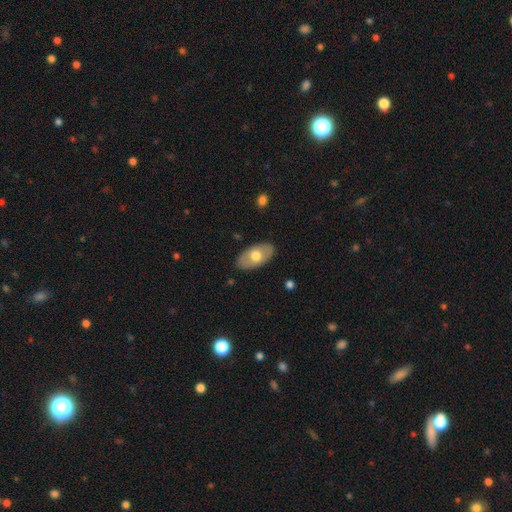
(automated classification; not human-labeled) A smooth galaxy with no disk features (57%) that is in between round and cigar-shaped (93%).

Vote fractions:
- Smooth or featured? smooth: 57% / featured or disk: 38% / star or artifact: 5%
- How rounded? in between: 93% / round: 5% / cigar-shaped: 2%
- Merging? none: 85% / minor disturbance: 11% / major disturbance: 3% / merger: 1%